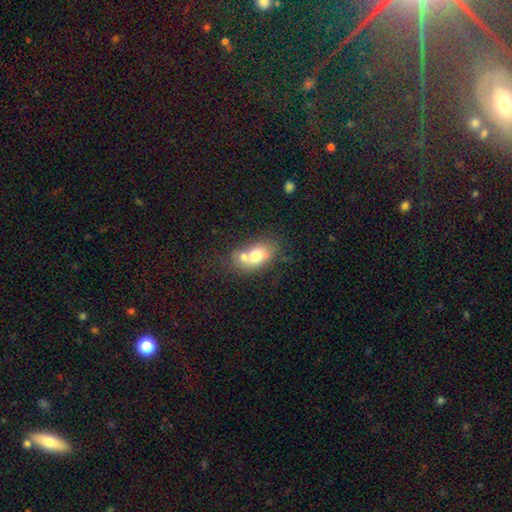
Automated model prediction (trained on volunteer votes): Morphology: type=smooth (66%); roundness=in between (74%); merging=merger (53%).